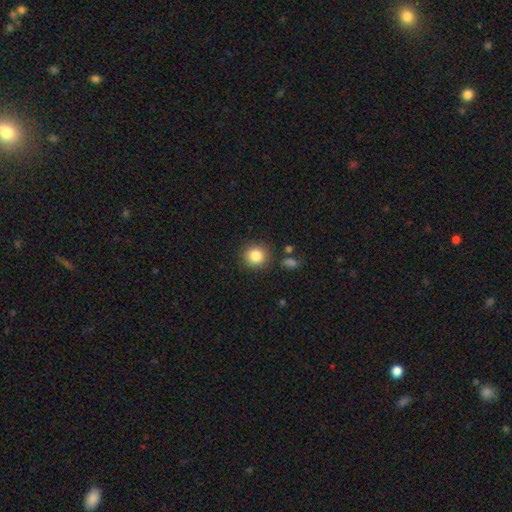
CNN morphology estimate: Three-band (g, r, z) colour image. It shows a smooth galaxy with no disk features (85%) that is round (91%). Merging: none (86%).